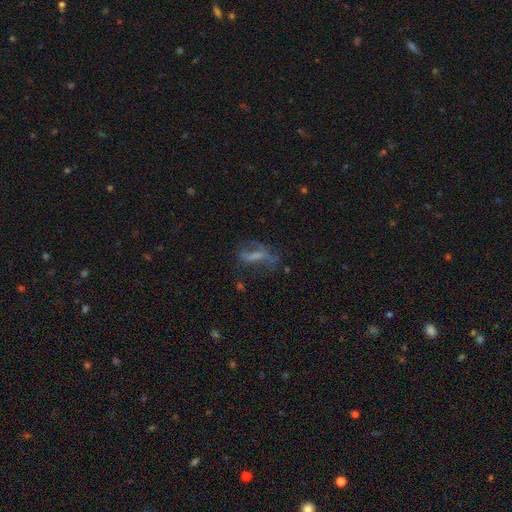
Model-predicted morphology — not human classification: smooth-or-featured: featured or disk: 47% | smooth: 35% | star or artifact: 18%
  merging: none: 41% | major disturbance: 33% | minor disturbance: 21% | merger: 5%